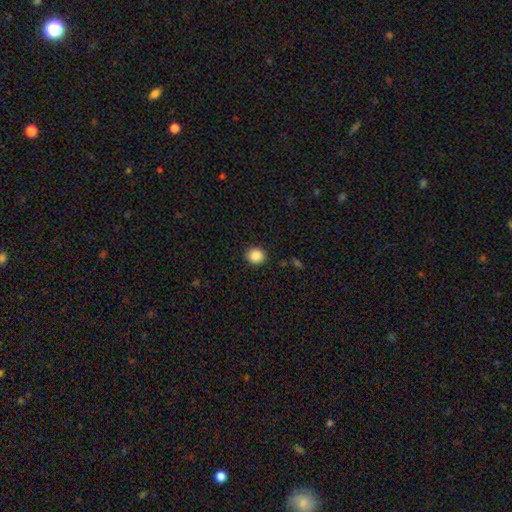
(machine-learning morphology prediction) Smooth or featured?
  - smooth: 88% *
  - star or artifact: 9%
  - featured or disk: 3%
How rounded?
  - round: 83% *
  - in between: 17%
  - cigar-shaped: 1%
Merging?
  - none: 91% *
  - minor disturbance: 6%
  - major disturbance: 2%
  - merger: 1%